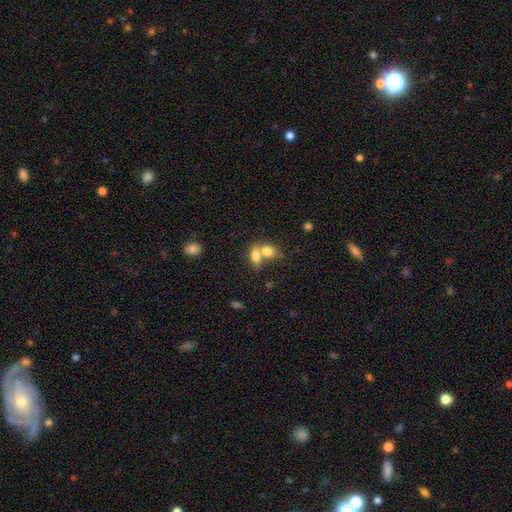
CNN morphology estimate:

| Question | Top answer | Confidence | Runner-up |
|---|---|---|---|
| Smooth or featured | smooth | 78% | featured or disk (13%) |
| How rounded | in between | 79% | round (16%) |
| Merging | merger | 65% | none (25%) |